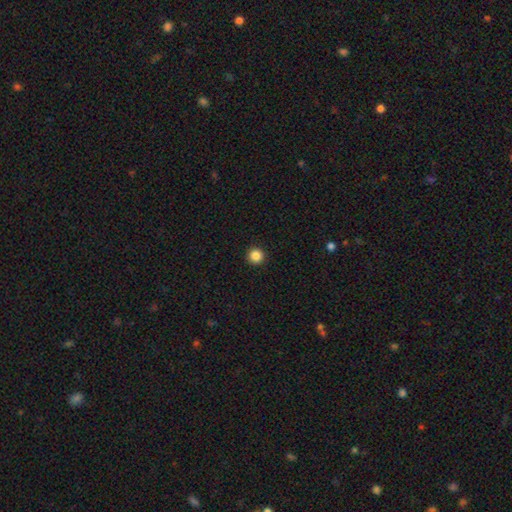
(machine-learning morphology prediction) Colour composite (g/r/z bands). It shows a smooth galaxy with no disk features (86%) that is round (96%). Merging: none (94%).